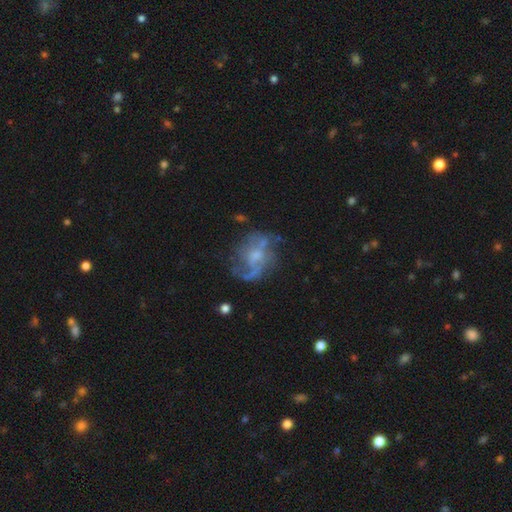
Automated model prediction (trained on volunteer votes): Overall: featured or disk (74%). Edge-on disk: no (97%). Bar: no (56%; weak 37%). Spiral arms: yes (80%). Spiral arm count: 2 (51%; can't tell 21%). Spiral winding: loose (50%; medium 36%). Bulge size: small (47%; moderate 35%). Merging: none (56%; major disturbance 21%).